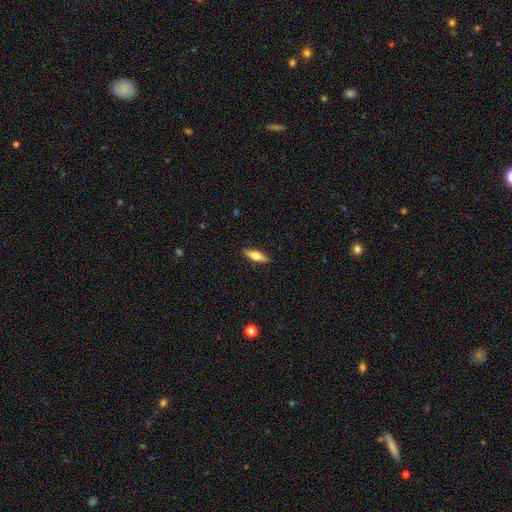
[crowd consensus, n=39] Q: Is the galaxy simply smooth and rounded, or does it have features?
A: smooth — 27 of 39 (69%).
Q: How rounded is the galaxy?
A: in between — 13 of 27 (48%, tied with cigar-shaped).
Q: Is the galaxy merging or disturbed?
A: none — 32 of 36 (89%).